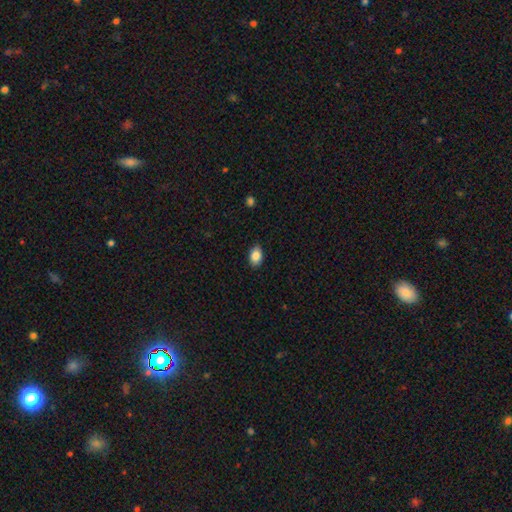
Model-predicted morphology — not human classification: A smooth galaxy with no disk features (86%) that is in between round and cigar-shaped (86%).

Vote fractions:
- Smooth or featured? smooth: 86% / star or artifact: 8% / featured or disk: 6%
- How rounded? in between: 86% / round: 13% / cigar-shaped: 1%
- Merging? none: 86% / minor disturbance: 11% / major disturbance: 2% / merger: 1%